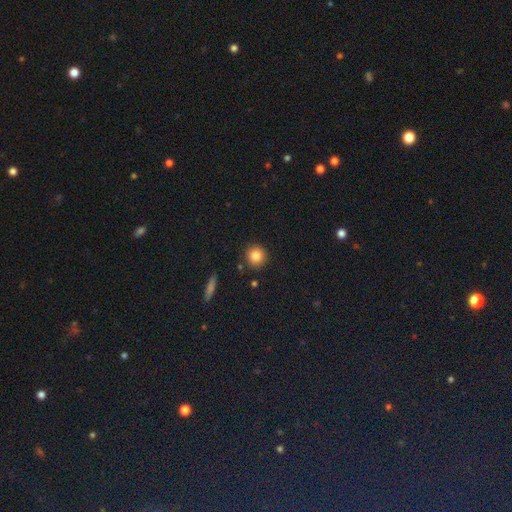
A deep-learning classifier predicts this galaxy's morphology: This is clearly a smooth galaxy (84%). How rounded: clearly round (92%). Merging: clearly none (87%).